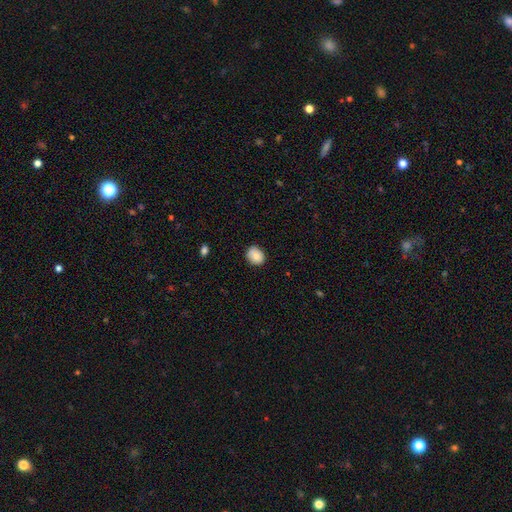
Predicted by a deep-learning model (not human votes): A smooth galaxy with no disk features (80%) that is round (60%). Merging: none (75%).